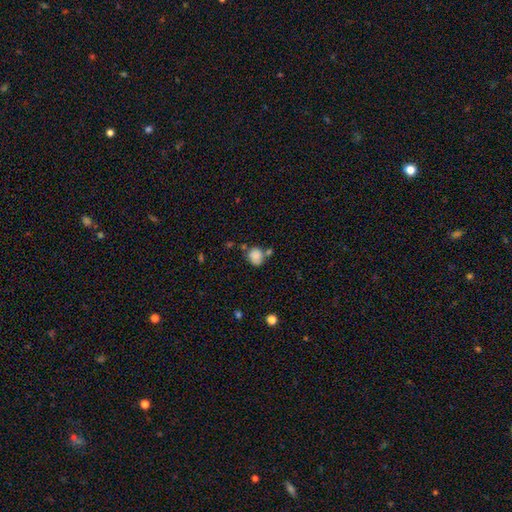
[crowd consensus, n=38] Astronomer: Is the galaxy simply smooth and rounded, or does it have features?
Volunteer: smooth — 95%.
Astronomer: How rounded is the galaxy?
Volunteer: in between — 53% (runner-up: round, 47%).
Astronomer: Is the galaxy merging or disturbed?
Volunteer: none — 72%.